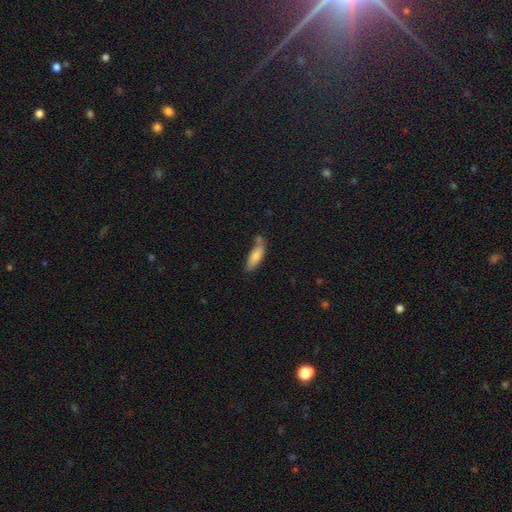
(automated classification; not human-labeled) This appears to be a smooth galaxy with no disk features (78%) that is in between round and cigar-shaped (55%). Merging: none (55%).